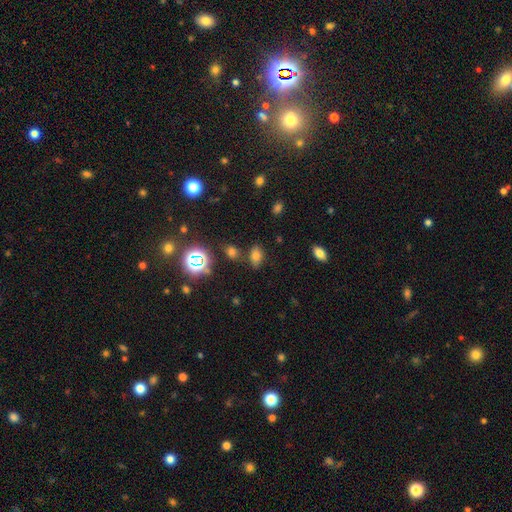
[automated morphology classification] smooth 68%, star or artifact 22%, featured or disk 9%. Down the decision tree: how rounded — in between (84%); merging — none (75%).